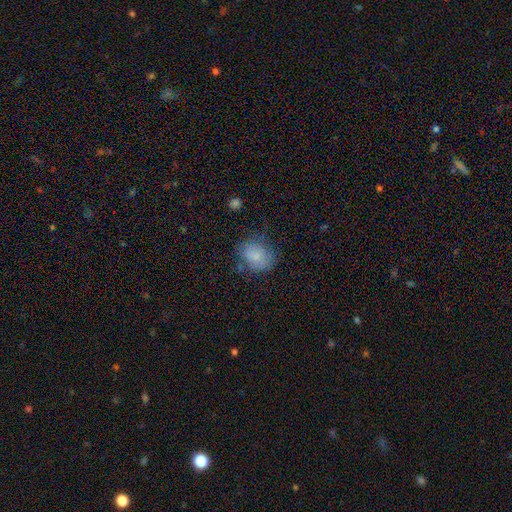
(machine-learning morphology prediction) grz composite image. It shows a smooth galaxy with no disk features (82%) that is in between round and cigar-shaped (56%). Merging: none (64%).